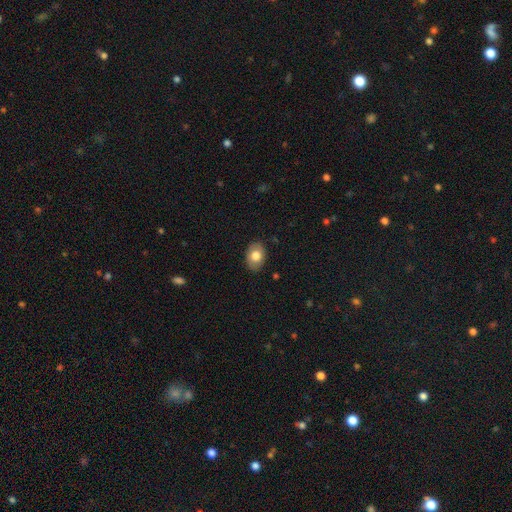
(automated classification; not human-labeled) Q: Smooth or featured?
A: smooth (77%); runner-up: featured or disk (16%)
Q: How rounded?
A: in between (78%); runner-up: round (21%)
Q: Merging?
A: none (87%); runner-up: minor disturbance (10%)